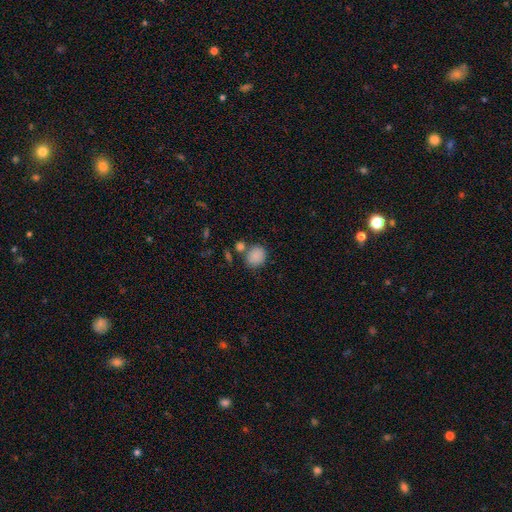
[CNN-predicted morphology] This is clearly a smooth galaxy (87%). How rounded: likely round (62%). Merging: likely none (68%).